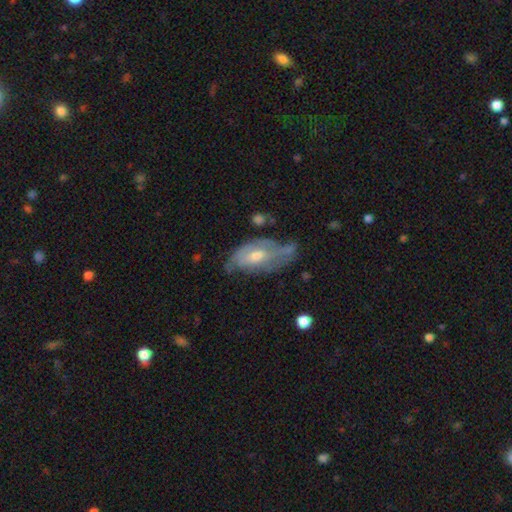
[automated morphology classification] Overall: featured or disk (65%; smooth 28%). Edge-on disk: no (90%). Bar: no (57%; weak 35%). Spiral arms: yes (71%). Bulge size: moderate (59%; small 32%). Merging: none (43%; minor disturbance 32%).